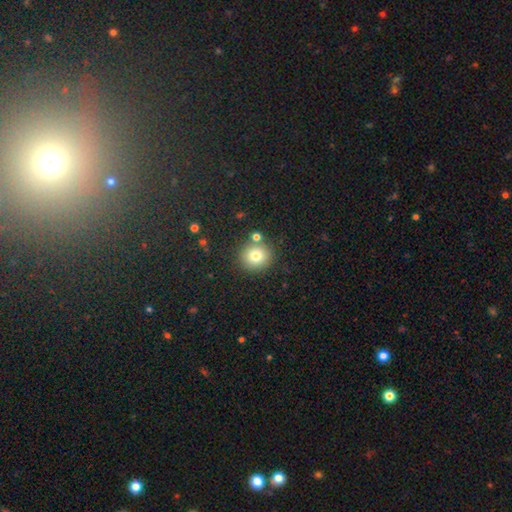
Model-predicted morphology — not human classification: smooth 77%, star or artifact 13%, featured or disk 10%. Down the decision tree: how rounded — round (90%); merging — none (79%).